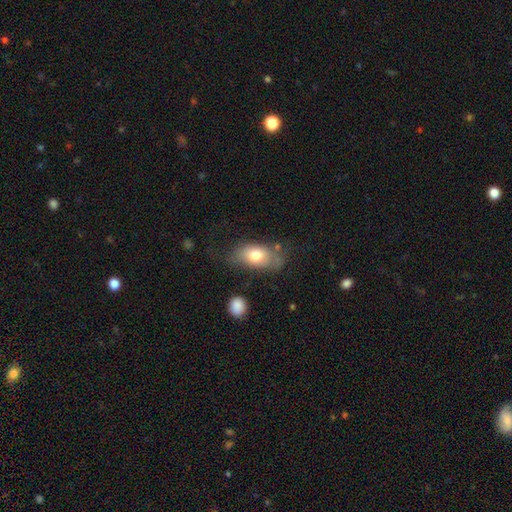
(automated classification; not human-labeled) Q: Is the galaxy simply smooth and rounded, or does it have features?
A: smooth — 73%.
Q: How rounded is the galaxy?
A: in between — 89%.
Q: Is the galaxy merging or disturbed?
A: none — 56%.